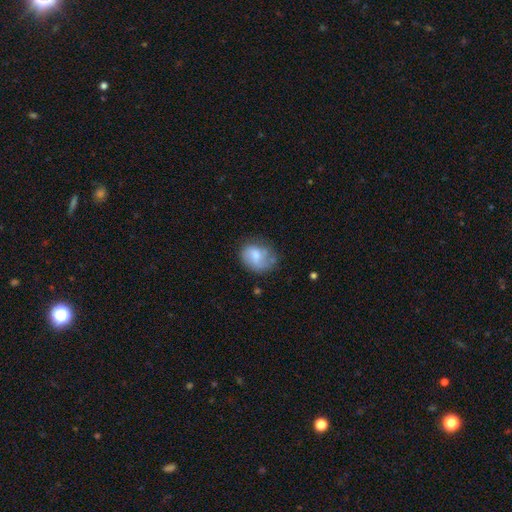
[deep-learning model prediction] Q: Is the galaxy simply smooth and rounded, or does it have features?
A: smooth — 60%.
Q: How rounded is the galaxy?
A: in between — 50%.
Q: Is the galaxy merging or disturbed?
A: none — 52%.